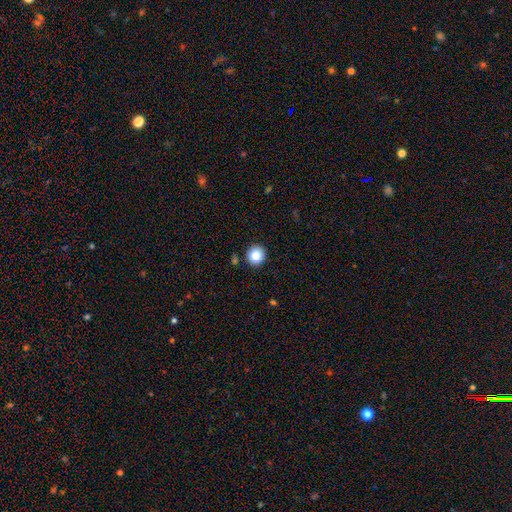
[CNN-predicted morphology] Smooth or featured? Predicted: smooth (p=0.85). How rounded? Predicted: round (p=0.93). Merging? Predicted: none (p=0.90).